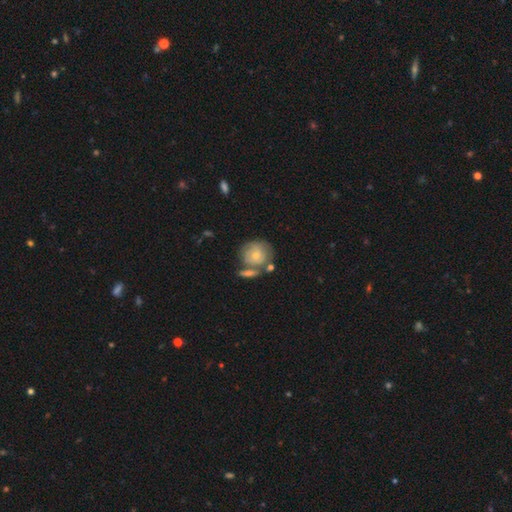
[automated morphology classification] Overall: featured or disk (48%; smooth 46%). Merging: none (47%; merger 26%).